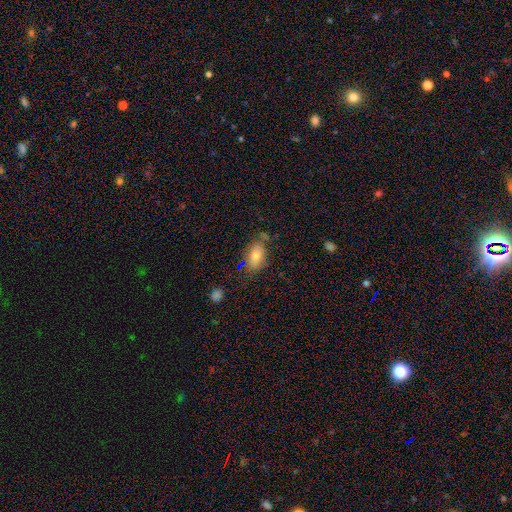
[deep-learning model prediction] Smooth or featured? Predicted: smooth (p=0.81). How rounded? Predicted: in between (p=0.90). Merging? Predicted: none (p=0.67).